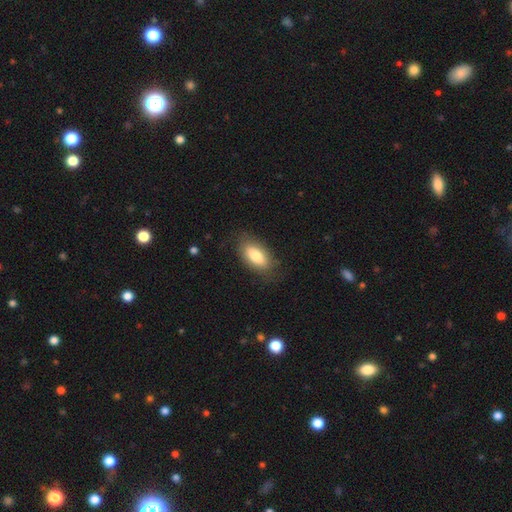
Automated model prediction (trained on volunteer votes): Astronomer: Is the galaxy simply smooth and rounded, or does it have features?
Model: smooth — 79%.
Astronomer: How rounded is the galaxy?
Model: in between — 89%.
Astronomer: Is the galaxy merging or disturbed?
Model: none — 80%.